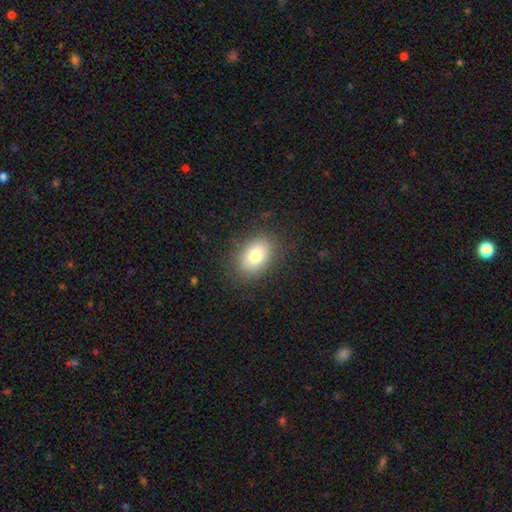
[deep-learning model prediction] Q: Smooth or featured?
A: smooth (78%); runner-up: featured or disk (13%)
Q: How rounded?
A: in between (78%); runner-up: round (21%)
Q: Merging?
A: none (84%); runner-up: minor disturbance (11%)